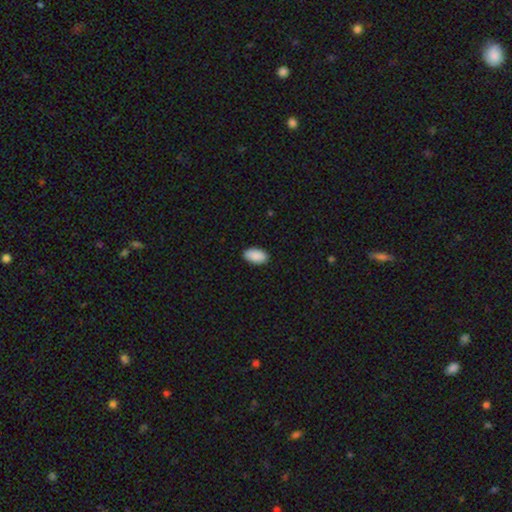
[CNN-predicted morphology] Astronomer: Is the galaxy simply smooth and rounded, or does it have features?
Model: smooth — 91%.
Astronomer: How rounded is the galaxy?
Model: in between — 96%.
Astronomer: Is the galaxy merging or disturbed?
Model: none — 89%.